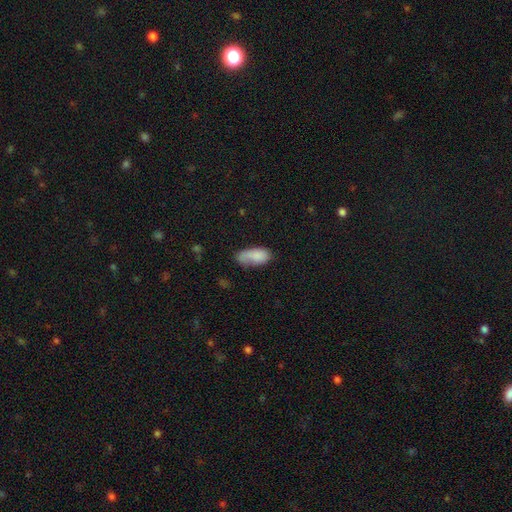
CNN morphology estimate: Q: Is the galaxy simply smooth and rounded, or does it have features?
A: smooth — 80%.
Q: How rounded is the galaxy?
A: in between — 91%.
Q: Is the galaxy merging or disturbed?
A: none — 44%.